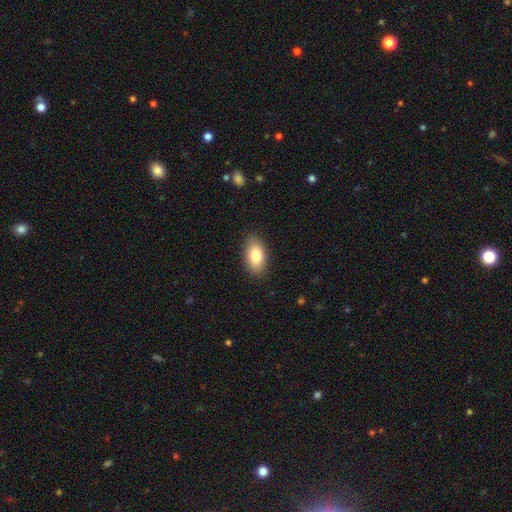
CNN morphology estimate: Smooth or featured? Predicted: smooth (p=0.84). How rounded? Predicted: in between (p=0.93). Merging? Predicted: none (p=0.86).